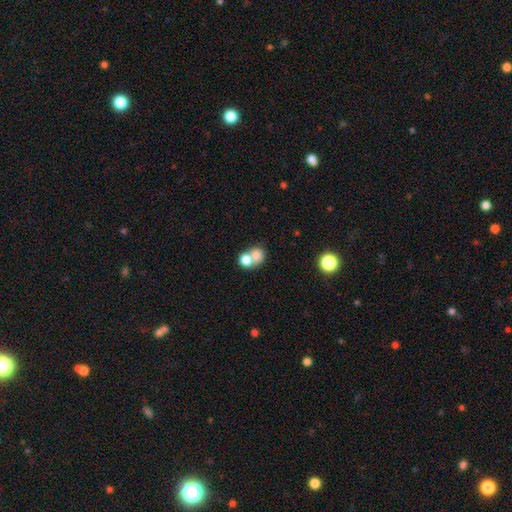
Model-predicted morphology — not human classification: The model was most divided on "merging": merger: 59%, none: 30%, minor disturbance: 7%, major disturbance: 5%. More confident: smooth or featured — smooth (75%); how rounded — round (66%).